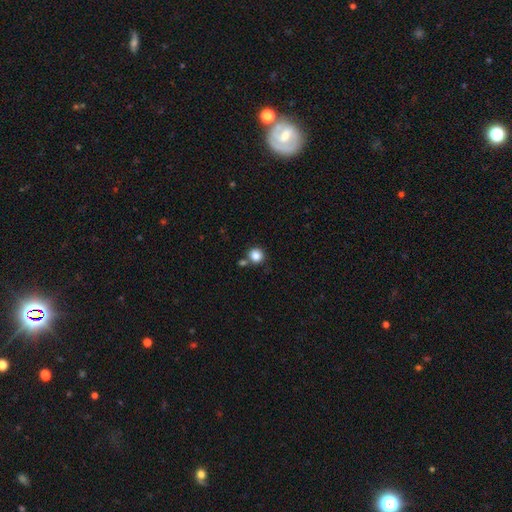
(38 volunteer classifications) Volunteers were most divided on "merging": none: 63%, merger: 23%, minor disturbance: 9%, major disturbance: 6%. More confident: smooth or featured — smooth (87%); how rounded — round (82%).